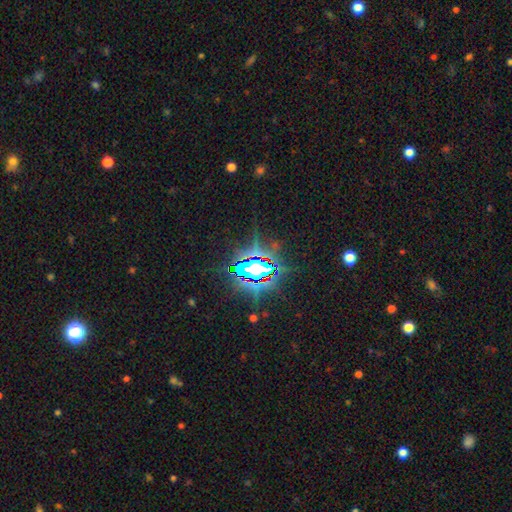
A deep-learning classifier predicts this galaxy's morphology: Smooth or featured: star or artifact — 81% (featured or disk — 9%)